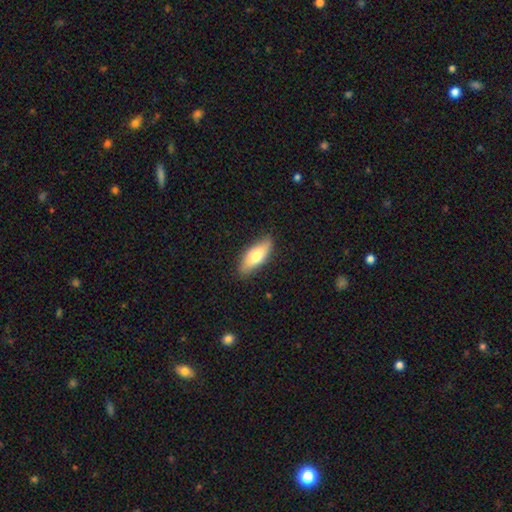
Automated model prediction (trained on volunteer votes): Morphology: type=smooth (69%); roundness=in between (71%); merging=none (84%).